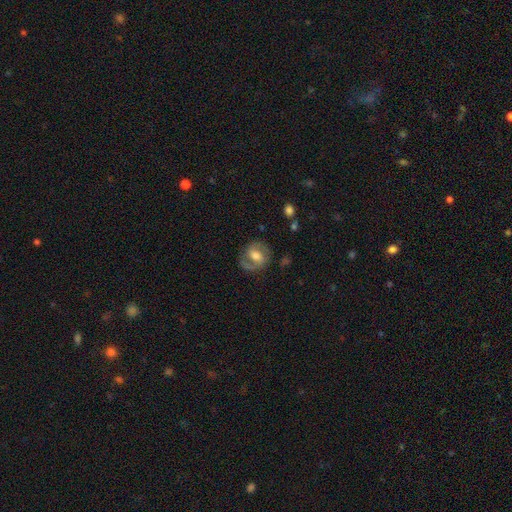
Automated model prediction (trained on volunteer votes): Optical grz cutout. It shows a featured or disk galaxy (68%) with a weak bar (48%), 2 (81%) medium (52%) spiral arms (87%) and a moderate central bulge (59%). Merging: none (74%).